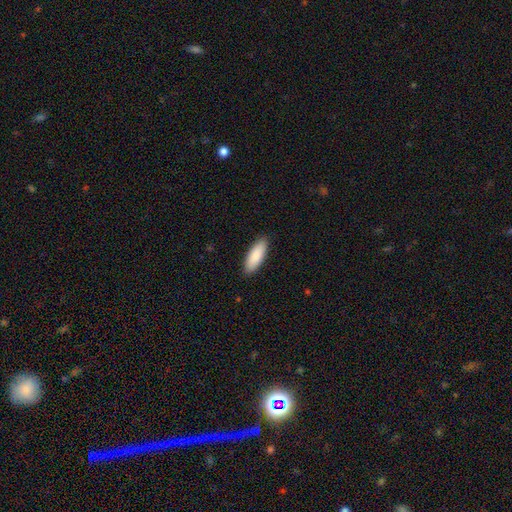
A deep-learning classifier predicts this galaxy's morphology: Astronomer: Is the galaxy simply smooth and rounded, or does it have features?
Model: smooth — 88%.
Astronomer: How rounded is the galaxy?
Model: in between — 66%.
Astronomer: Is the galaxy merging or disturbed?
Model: none — 89%.